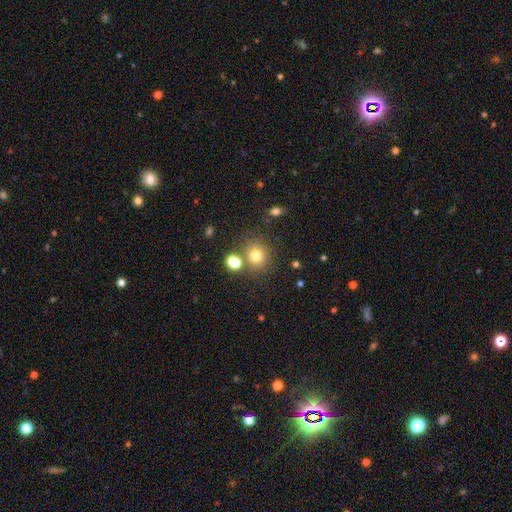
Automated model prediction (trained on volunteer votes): Smooth or featured? smooth (76%)
How rounded? round (84%)
Merging? none (73%)